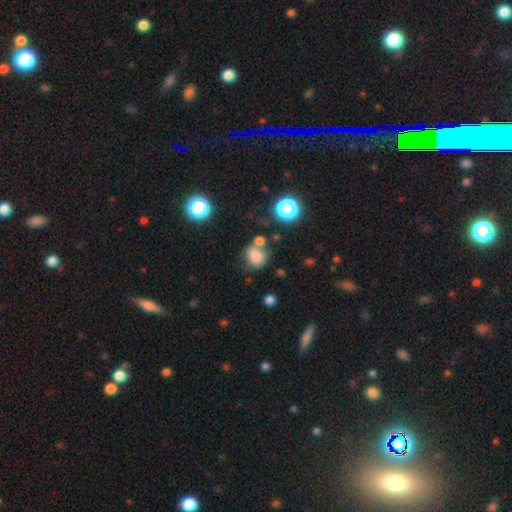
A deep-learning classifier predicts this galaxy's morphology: Q: Smooth or featured?
A: smooth (77%); runner-up: star or artifact (14%)
Q: How rounded?
A: round (69%); runner-up: in between (30%)
Q: Merging?
A: none (54%); runner-up: merger (23%)